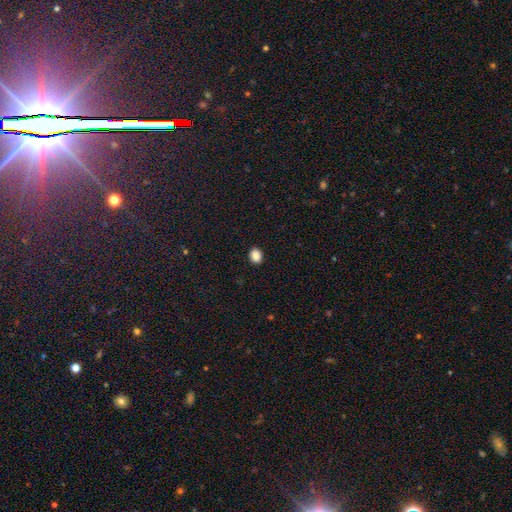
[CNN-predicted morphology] A smooth galaxy with no disk features (88%) that is round (50%).

Vote fractions:
- Smooth or featured? smooth: 88% / star or artifact: 9% / featured or disk: 3%
- How rounded? round: 50% / in between: 49% / cigar-shaped: 1%
- Merging? none: 91% / minor disturbance: 6% / major disturbance: 2% / merger: 1%